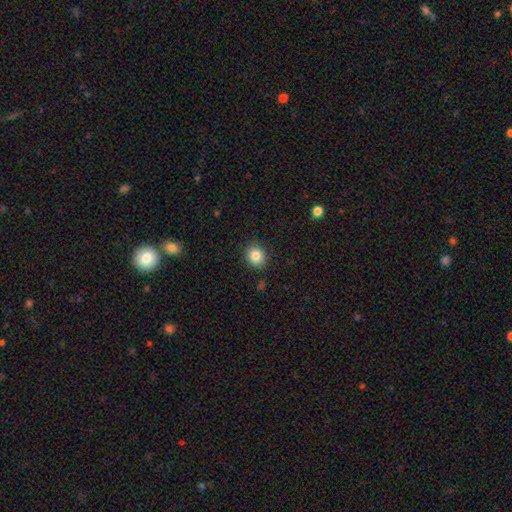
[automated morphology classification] type=smooth (85%); roundness=round (71%); merging=none (89%).